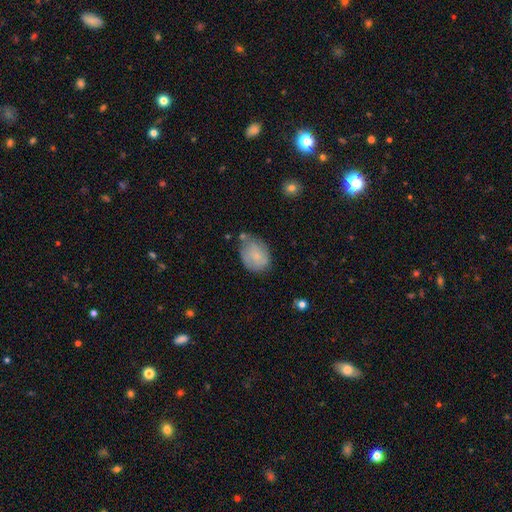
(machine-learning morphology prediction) smooth-or-featured: smooth: 63% | featured or disk: 29% | star or artifact: 8%
  how-rounded: in between: 71% | round: 28% | cigar-shaped: 1%
  merging: none: 48% | minor disturbance: 33% | major disturbance: 10% | merger: 8%